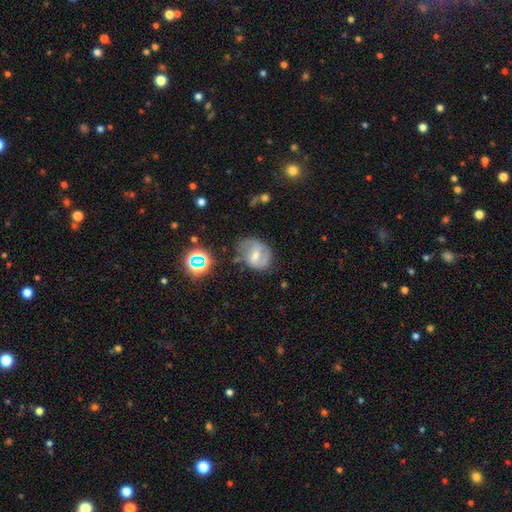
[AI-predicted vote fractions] smooth_or_featured: featured or disk (p=0.60) [alt: smooth p=0.30]
disk_edge_on: no (p=0.97) [alt: yes p=0.03]
bar: weak (p=0.53) [alt: no p=0.27]
has_spiral_arms: yes (p=0.82) [alt: no p=0.18]
bulge_size: moderate (p=0.55) [alt: small p=0.37]
merging: none (p=0.56) [alt: minor disturbance p=0.28]